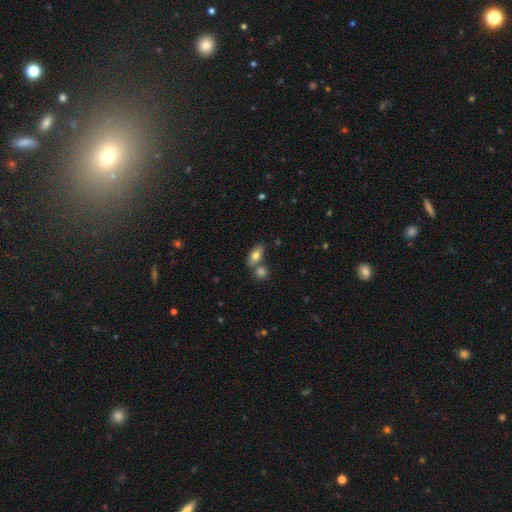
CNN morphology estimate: smooth_or_featured: smooth (p=0.75) [alt: featured or disk p=0.17]
how_rounded: in between (p=0.85) [alt: round p=0.08]
merging: none (p=0.58) [alt: merger p=0.28]